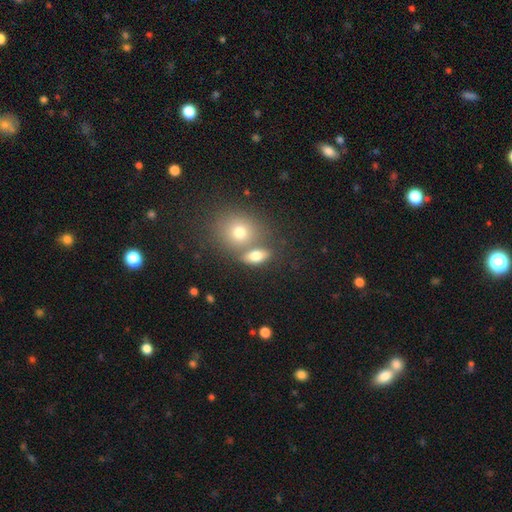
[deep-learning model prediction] A smooth galaxy with no disk features (75%) that is in between round and cigar-shaped (71%). Merging: none (52%).